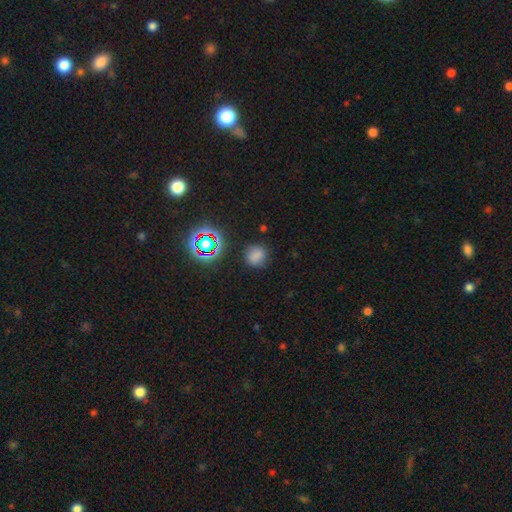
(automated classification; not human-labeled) A smooth galaxy with no disk features (73%) that is round (84%). Merging: none (82%).